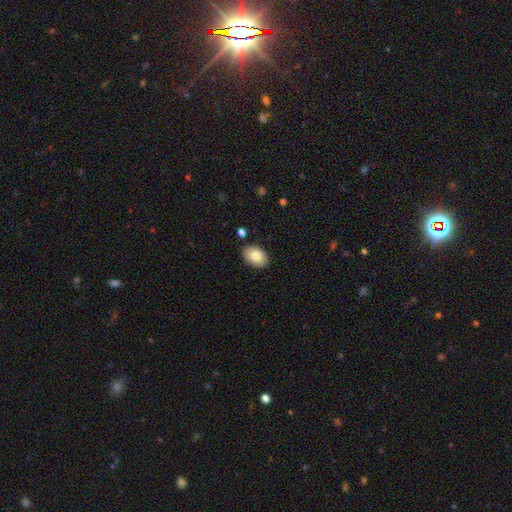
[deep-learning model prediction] Smooth or featured? Predicted: smooth (p=0.80). How rounded? Predicted: in between (p=0.85). Merging? Predicted: none (p=0.87).